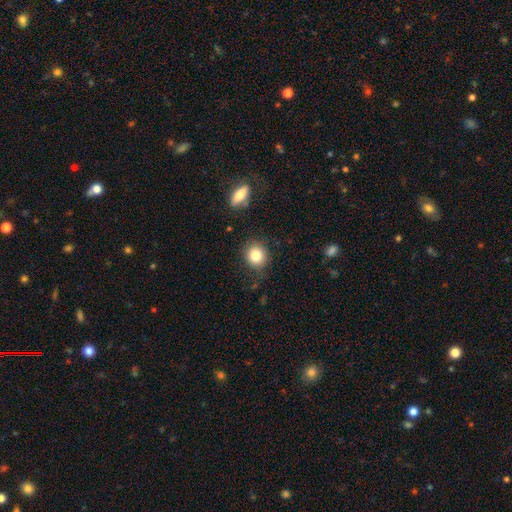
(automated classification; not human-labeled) A smooth galaxy with no disk features (82%) that is round (81%). Merging: none (85%).